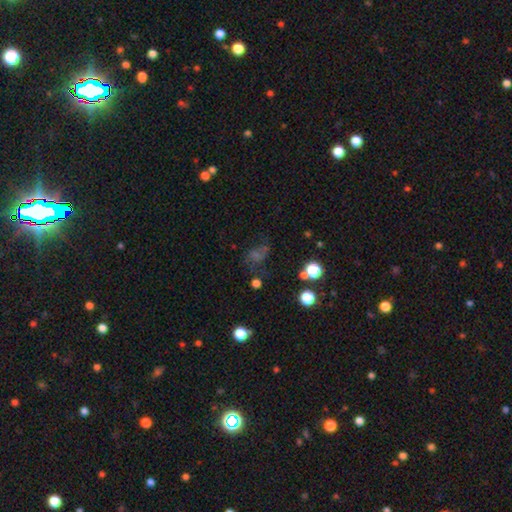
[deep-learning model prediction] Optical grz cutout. It shows a smooth galaxy with no disk features (37%, tied with star or artifact). Merging: none (50%).